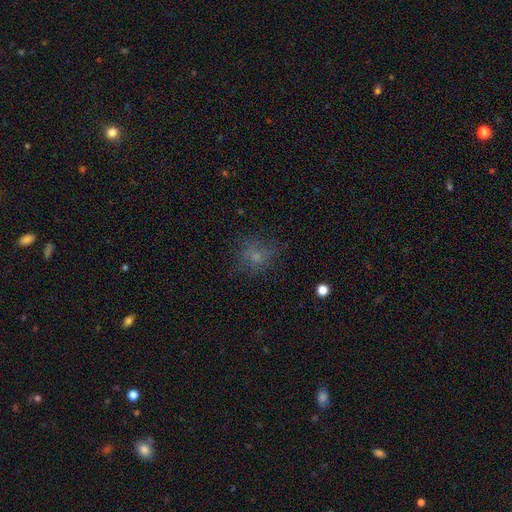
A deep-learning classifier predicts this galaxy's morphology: Smooth or featured: smooth — 61% (star or artifact — 20%)
How rounded: round — 72% (in between — 26%)
Merging: none — 66% (minor disturbance — 18%)